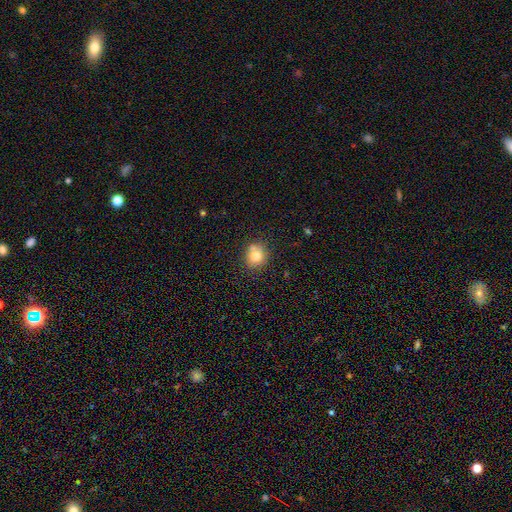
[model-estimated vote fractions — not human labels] Smooth or featured: smooth — 75% (featured or disk — 14%)
How rounded: round — 77% (in between — 22%)
Merging: none — 67% (minor disturbance — 15%)